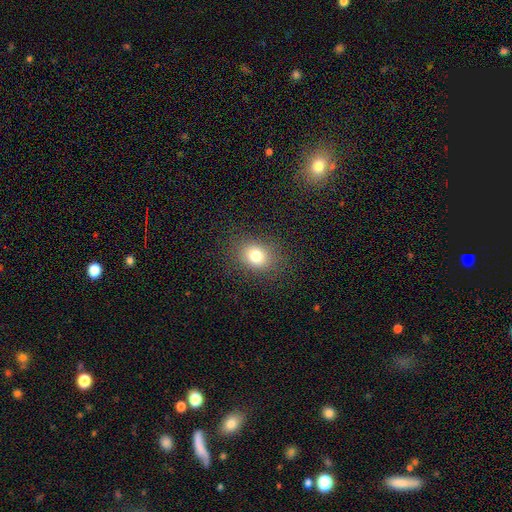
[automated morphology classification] Smooth or featured?
  - smooth: 78% *
  - star or artifact: 14%
  - featured or disk: 9%
How rounded?
  - round: 52% *
  - in between: 47%
  - cigar-shaped: 1%
Merging?
  - none: 85% *
  - minor disturbance: 10%
  - major disturbance: 4%
  - merger: 1%